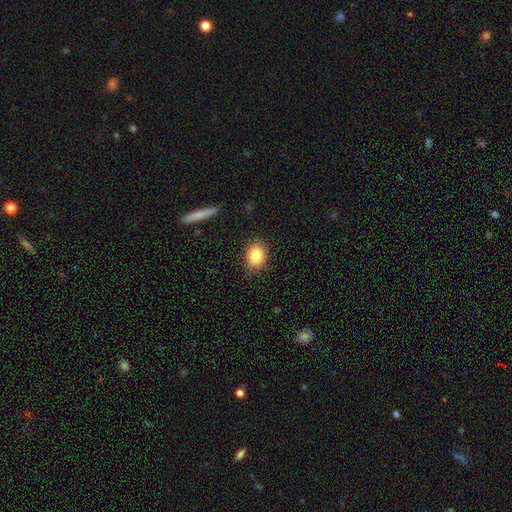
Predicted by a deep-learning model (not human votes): This is clearly a smooth galaxy (86%). How rounded: likely in between (67%). Merging: clearly none (84%).